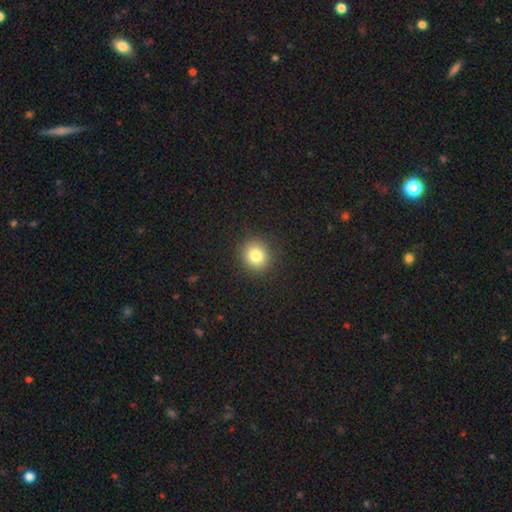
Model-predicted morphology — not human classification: Q: Smooth or featured?
A: smooth (82%); runner-up: star or artifact (11%)
Q: How rounded?
A: round (87%); runner-up: in between (12%)
Q: Merging?
A: none (91%); runner-up: minor disturbance (6%)